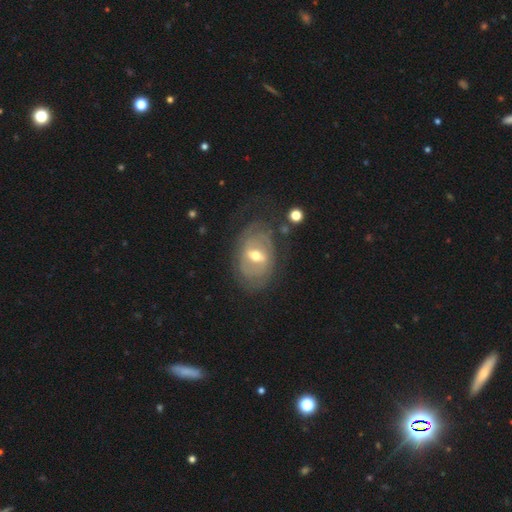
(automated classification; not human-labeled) Q: Smooth or featured?
A: featured or disk (74%); runner-up: smooth (17%)
Q: Edge-on disk?
A: no (94%); runner-up: yes (6%)
Q: Bar?
A: weak (50%); runner-up: no (30%)
Q: Spiral arms?
A: yes (77%); runner-up: no (23%)
Q: Spiral winding?
A: tight (62%); runner-up: medium (27%)
Q: Spiral arm count?
A: can't tell (49%); runner-up: 2 (31%)
Q: Bulge size?
A: moderate (69%); runner-up: small (24%)
Q: Merging?
A: none (67%); runner-up: minor disturbance (20%)